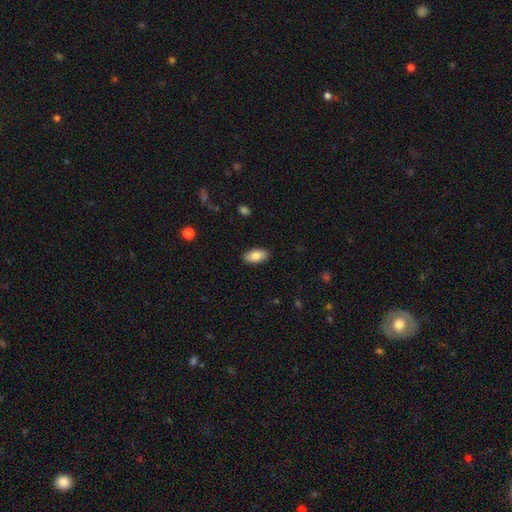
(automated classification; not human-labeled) Smooth or featured? smooth (83%)
How rounded? in between (94%)
Merging? none (89%)